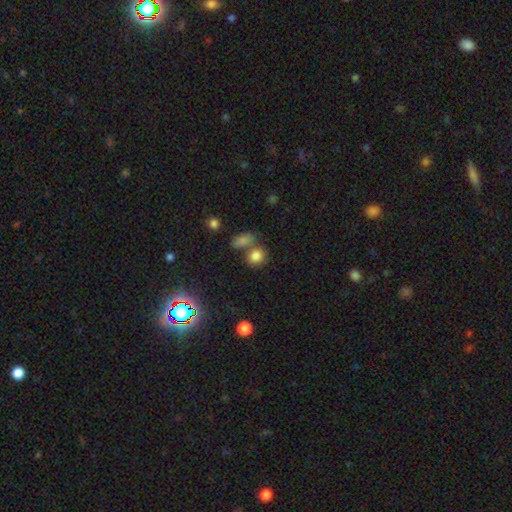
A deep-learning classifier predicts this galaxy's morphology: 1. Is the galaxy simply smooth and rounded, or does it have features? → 82% smooth, 12% star or artifact, 6% featured or disk.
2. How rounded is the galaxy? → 69% round, 30% in between, 2% cigar-shaped.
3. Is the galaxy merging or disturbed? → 56% none, 28% merger, 11% minor disturbance, 5% major disturbance.